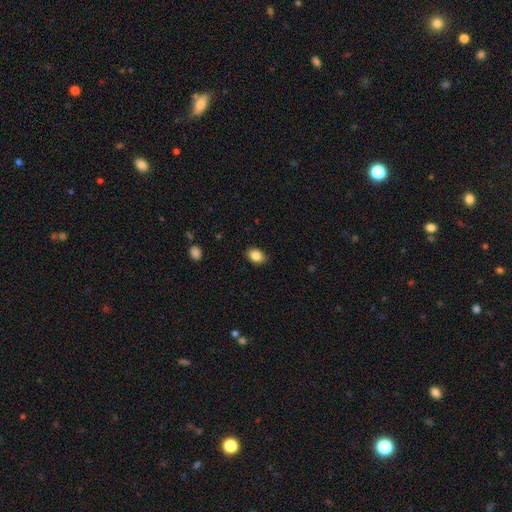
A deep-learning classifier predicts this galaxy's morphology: smooth 85%, star or artifact 9%, featured or disk 6%. Down the decision tree: how rounded — in between (78%); merging — none (87%).